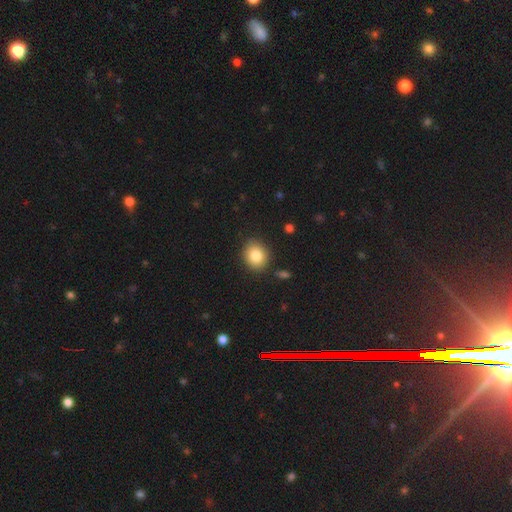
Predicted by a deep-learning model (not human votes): Smooth or featured: smooth — 84% (star or artifact — 9%)
How rounded: round — 70% (in between — 30%)
Merging: none — 87% (minor disturbance — 9%)